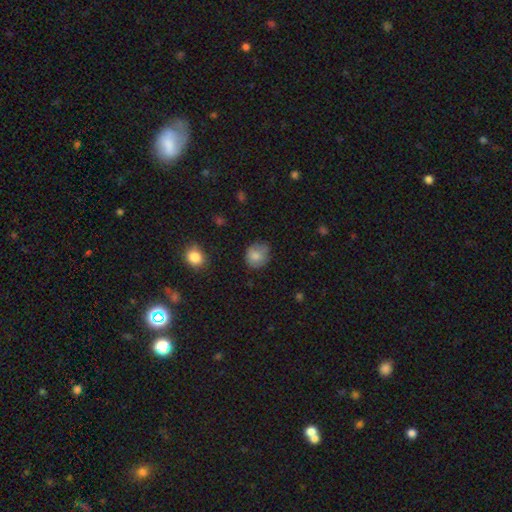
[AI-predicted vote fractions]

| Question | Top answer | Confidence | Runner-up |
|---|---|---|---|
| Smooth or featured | smooth | 80% | featured or disk (11%) |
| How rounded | round | 79% | in between (20%) |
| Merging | none | 68% | minor disturbance (25%) |